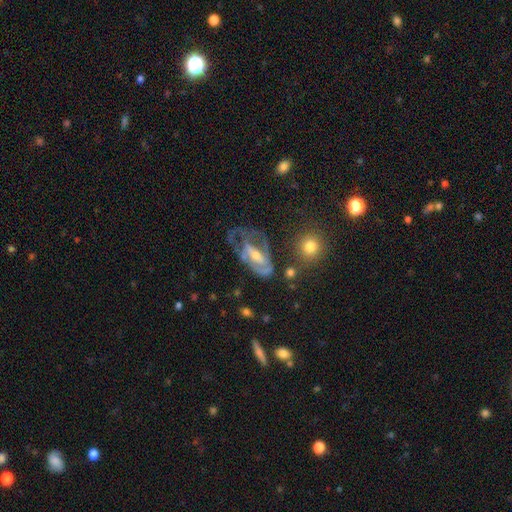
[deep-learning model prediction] smooth-or-featured: featured or disk: 74% | smooth: 18% | star or artifact: 9%
  disk-edge-on: no: 92% | yes: 8%
    bar: weak: 39% | no: 38% | strong: 23%
    has-spiral-arms: yes: 71% | no: 29%
    bulge-size: moderate: 49% | small: 43% | large: 4% | none: 3% | dominant: 1%
  merging: major disturbance: 40% | none: 32% | minor disturbance: 22% | merger: 6%